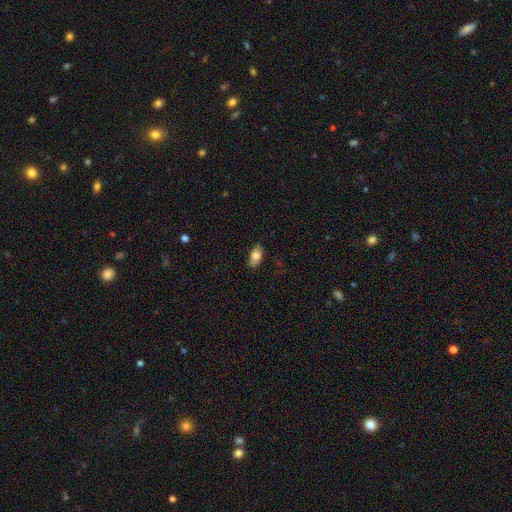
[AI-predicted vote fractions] Smooth or featured? smooth (79%)
How rounded? in between (89%)
Merging? none (80%)